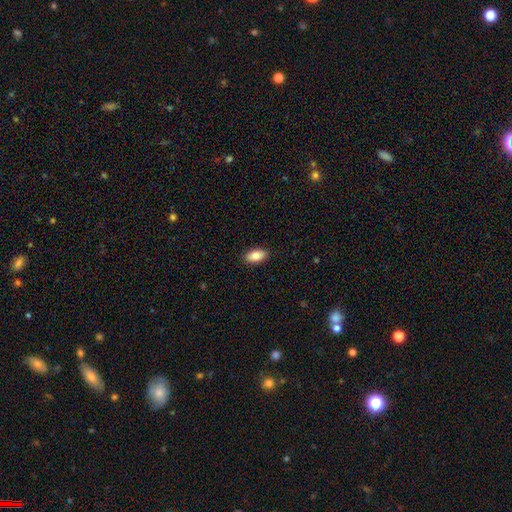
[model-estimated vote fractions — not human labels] Q: Smooth or featured?
A: smooth (83%); runner-up: featured or disk (10%)
Q: How rounded?
A: in between (92%); runner-up: round (5%)
Q: Merging?
A: none (89%); runner-up: minor disturbance (8%)